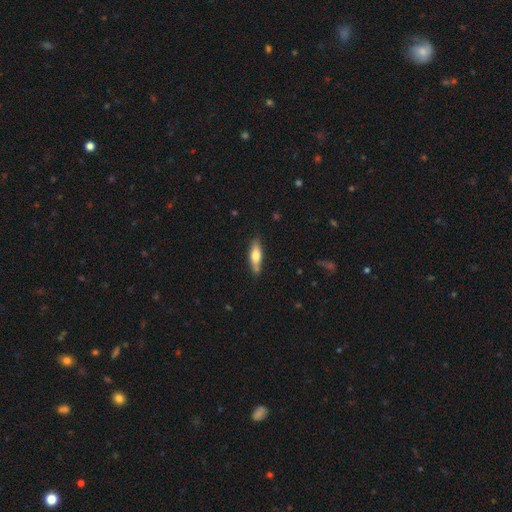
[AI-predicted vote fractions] The model was most divided on "how rounded": cigar-shaped: 56%, in between: 42%, round: 2%. More confident: merging — none (79%); smooth or featured — smooth (60%).